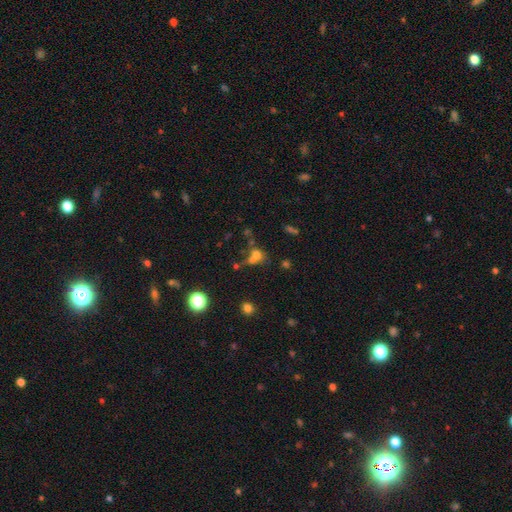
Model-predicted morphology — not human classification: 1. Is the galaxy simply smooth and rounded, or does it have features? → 60% smooth, 24% star or artifact, 16% featured or disk.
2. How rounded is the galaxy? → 64% round, 33% in between, 3% cigar-shaped.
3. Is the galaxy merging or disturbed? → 49% merger, 33% none, 9% major disturbance, 9% minor disturbance.